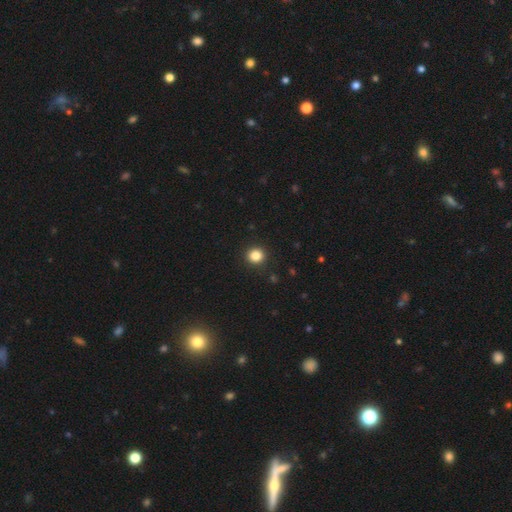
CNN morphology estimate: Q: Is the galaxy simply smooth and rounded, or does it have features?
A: smooth — 84%.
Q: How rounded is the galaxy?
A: round — 88%.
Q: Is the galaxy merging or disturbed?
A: none — 92%.